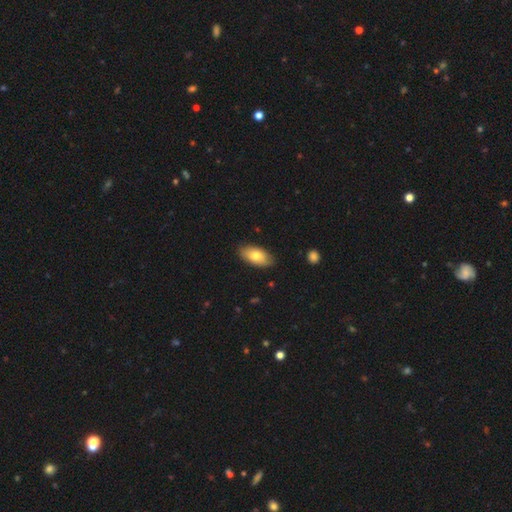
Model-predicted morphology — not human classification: Smooth or featured? Predicted: smooth (p=0.76). How rounded? Predicted: in between (p=0.92). Merging? Predicted: none (p=0.85).